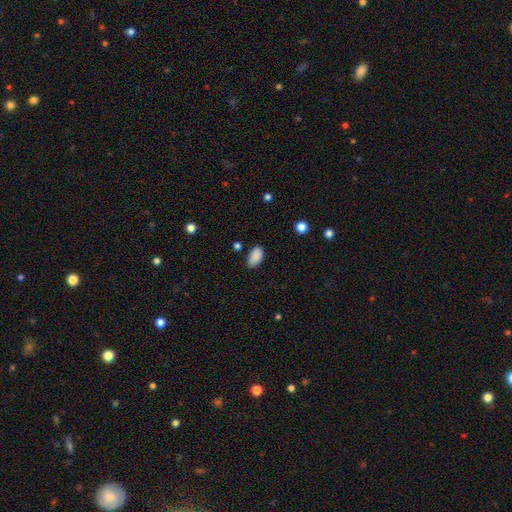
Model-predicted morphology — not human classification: Smooth or featured? smooth (87%)
How rounded? in between (93%)
Merging? none (72%)